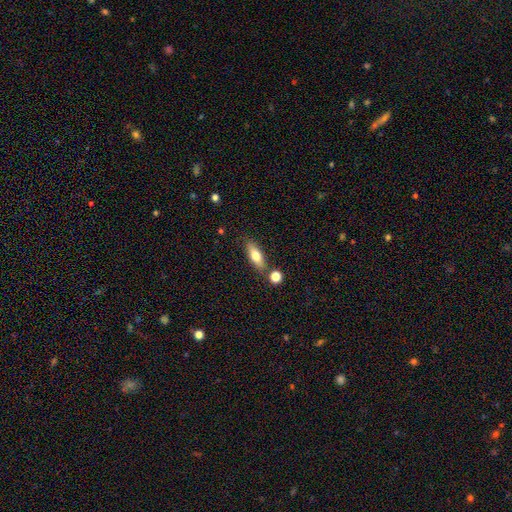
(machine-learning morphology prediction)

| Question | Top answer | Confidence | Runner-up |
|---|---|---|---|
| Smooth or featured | smooth | 68% | featured or disk (24%) |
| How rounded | in between | 62% | cigar-shaped (34%) |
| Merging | none | 75% | minor disturbance (12%) |